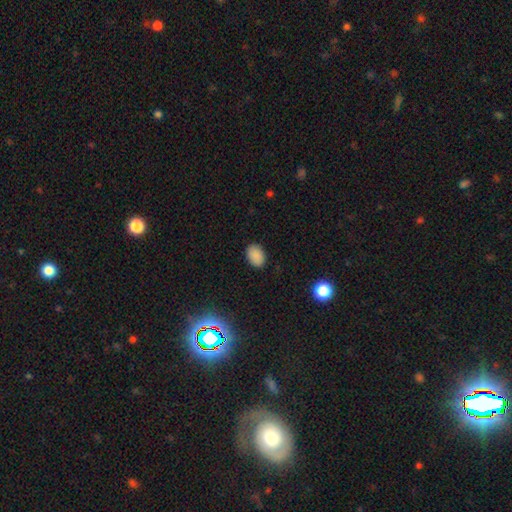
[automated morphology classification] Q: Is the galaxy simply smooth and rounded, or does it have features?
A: smooth — 87%.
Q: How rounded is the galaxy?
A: in between — 83%.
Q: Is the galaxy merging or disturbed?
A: none — 88%.